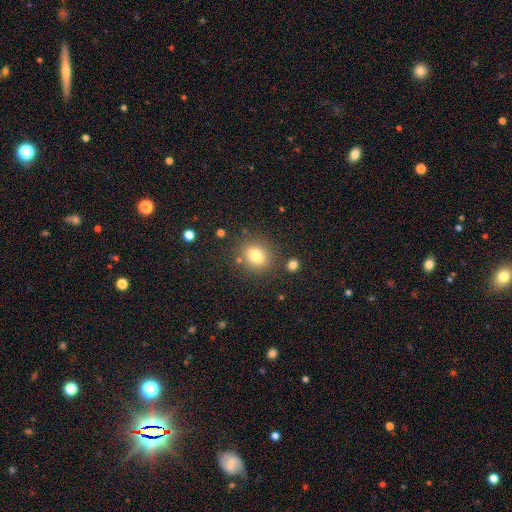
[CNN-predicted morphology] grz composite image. It shows a smooth galaxy with no disk features (80%) that is round (69%). Merging: none (81%).